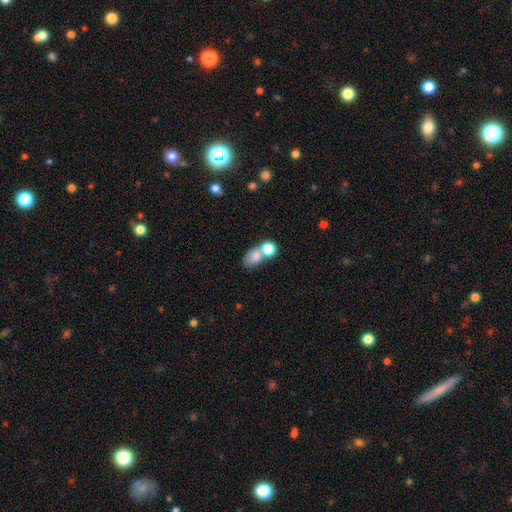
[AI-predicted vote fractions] Smooth or featured?
  - smooth: 78% *
  - featured or disk: 12%
  - star or artifact: 10%
How rounded?
  - in between: 70% *
  - round: 28%
  - cigar-shaped: 2%
Merging?
  - merger: 51% *
  - none: 32%
  - minor disturbance: 10%
  - major disturbance: 6%